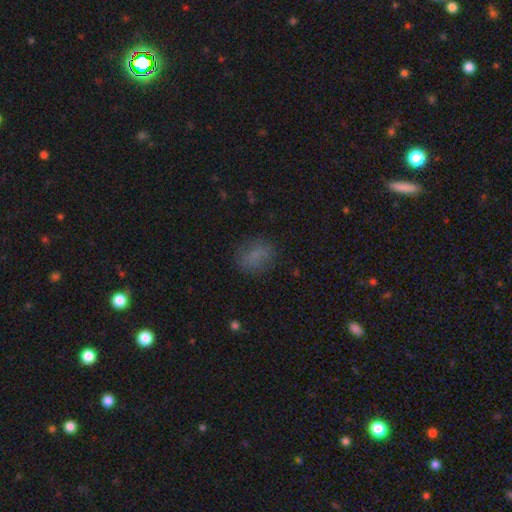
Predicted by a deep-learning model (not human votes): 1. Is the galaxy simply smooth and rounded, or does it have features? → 74% smooth, 13% star or artifact, 12% featured or disk.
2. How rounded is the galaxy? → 60% in between, 37% round, 3% cigar-shaped.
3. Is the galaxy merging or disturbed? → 76% none, 16% minor disturbance, 6% major disturbance, 2% merger.